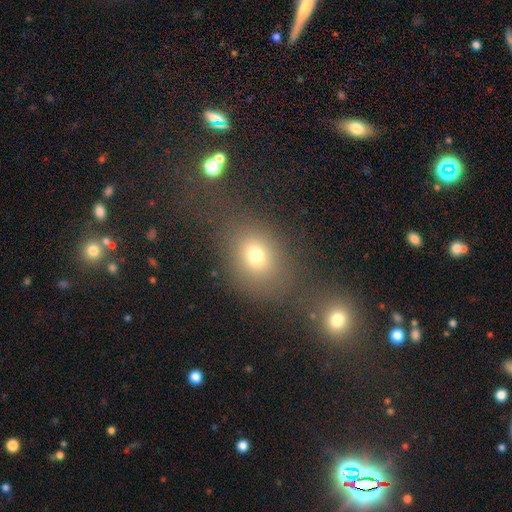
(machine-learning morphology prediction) Q: Smooth or featured?
A: smooth (72%); runner-up: star or artifact (16%)
Q: How rounded?
A: in between (53%); runner-up: round (45%)
Q: Merging?
A: none (62%); runner-up: merger (16%)